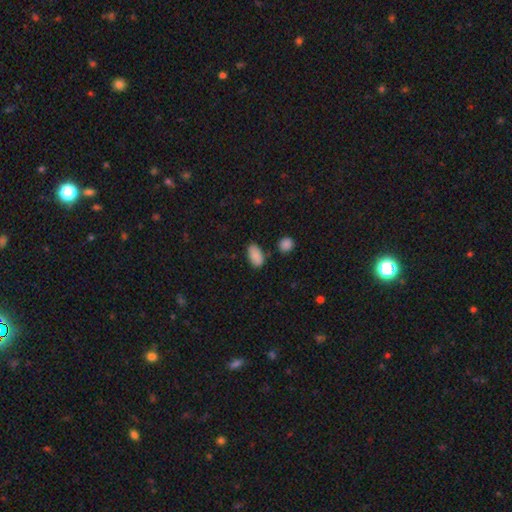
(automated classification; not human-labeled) A smooth galaxy with no disk features (88%) that is in between round and cigar-shaped (94%). Merging: none (76%).